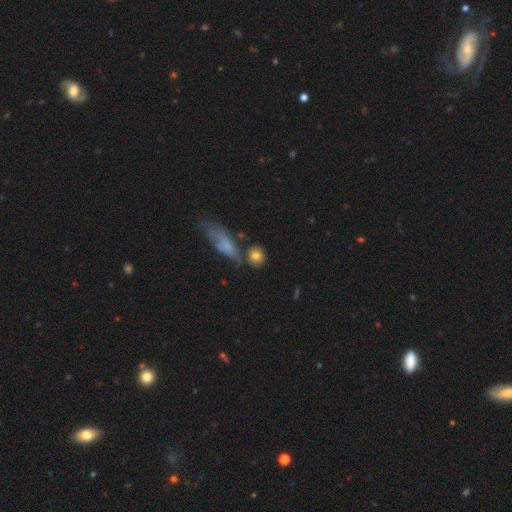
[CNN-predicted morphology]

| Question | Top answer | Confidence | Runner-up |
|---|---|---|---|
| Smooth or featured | smooth | 79% | featured or disk (13%) |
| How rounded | round | 78% | in between (17%) |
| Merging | none | 68% | minor disturbance (14%) |